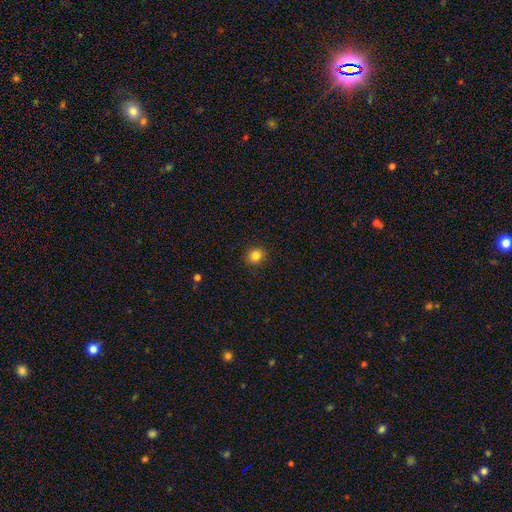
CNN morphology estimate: Smooth or featured? smooth (84%)
How rounded? round (80%)
Merging? none (91%)